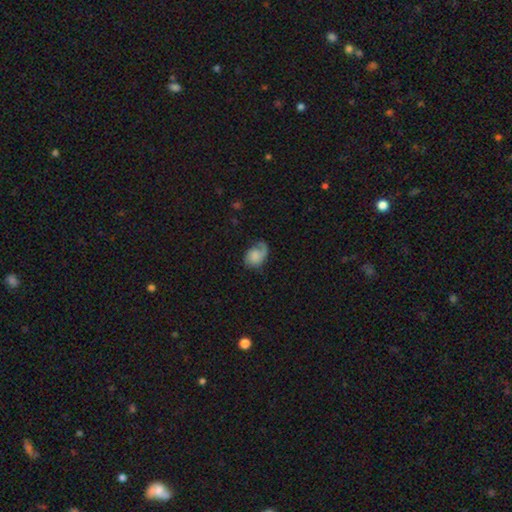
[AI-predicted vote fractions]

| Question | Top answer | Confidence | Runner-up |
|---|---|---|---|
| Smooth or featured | featured or disk | 49% | smooth (44%) |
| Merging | none | 49% | minor disturbance (28%) |